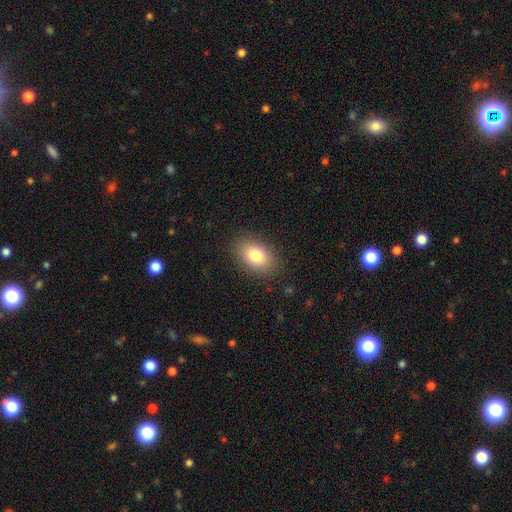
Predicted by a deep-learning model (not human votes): Q: Smooth or featured?
A: smooth (81%); runner-up: featured or disk (10%)
Q: How rounded?
A: in between (84%); runner-up: round (15%)
Q: Merging?
A: none (87%); runner-up: minor disturbance (10%)